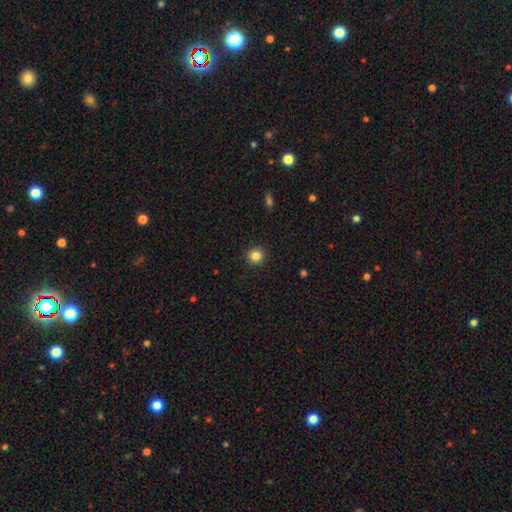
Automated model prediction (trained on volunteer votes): A smooth galaxy with no disk features (84%) that is round (94%). Merging: none (93%).